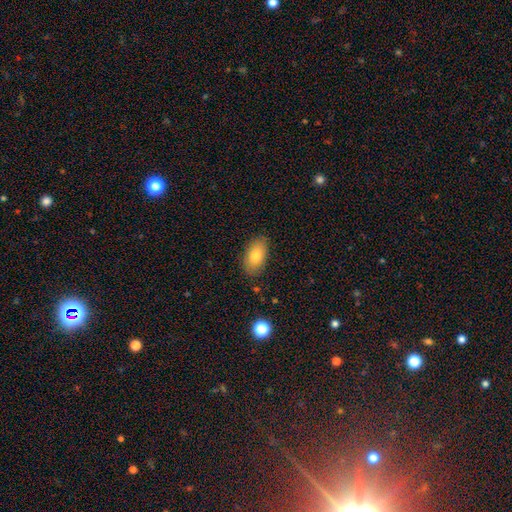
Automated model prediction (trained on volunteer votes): This is likely a smooth galaxy (79%). How rounded: clearly in between (92%). Merging: clearly none (84%).